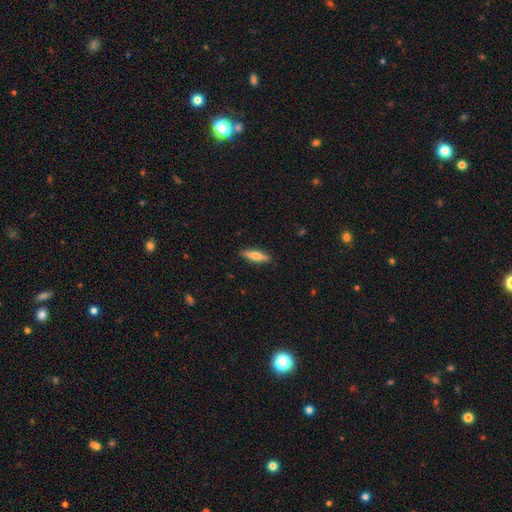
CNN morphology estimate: type=smooth (52%); roundness=cigar-shaped (67%); merging=none (90%).